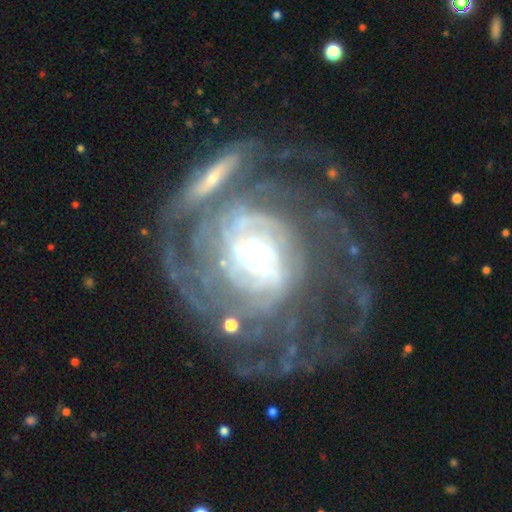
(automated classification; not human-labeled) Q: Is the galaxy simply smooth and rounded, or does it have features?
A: featured or disk — 88%.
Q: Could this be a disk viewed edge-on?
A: no — 96%.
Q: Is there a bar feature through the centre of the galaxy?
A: no — 52%.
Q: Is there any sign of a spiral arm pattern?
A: yes — 93%.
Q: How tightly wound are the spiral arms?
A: tight — 63%.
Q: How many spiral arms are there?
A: can't tell — 40%.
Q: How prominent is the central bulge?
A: moderate — 47%.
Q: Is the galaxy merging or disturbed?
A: none — 33%.